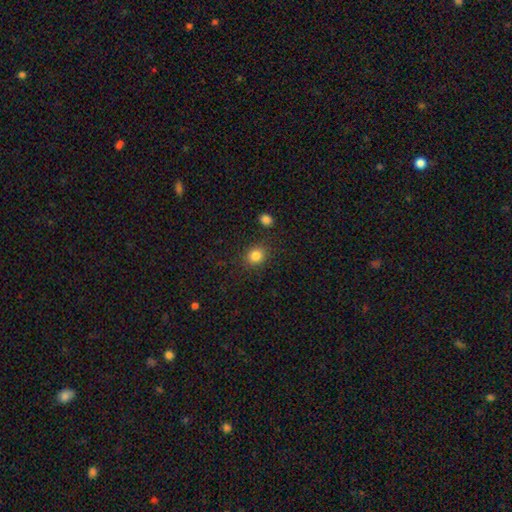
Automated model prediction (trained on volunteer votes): This appears to be a smooth galaxy with no disk features (84%) that is round (73%). Merging: none (85%).